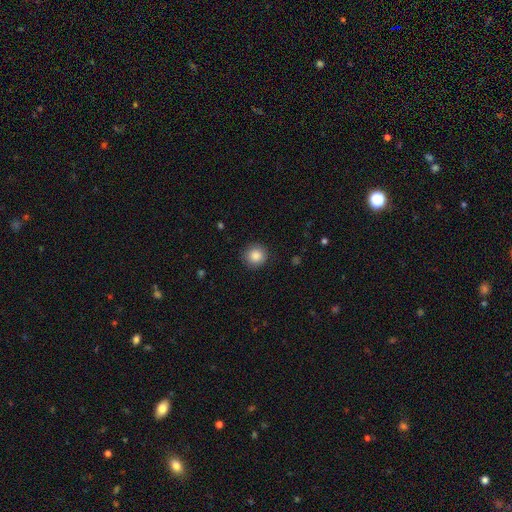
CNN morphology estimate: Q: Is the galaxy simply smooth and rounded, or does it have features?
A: smooth — 87%.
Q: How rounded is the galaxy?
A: round — 94%.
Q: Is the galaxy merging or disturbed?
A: none — 89%.